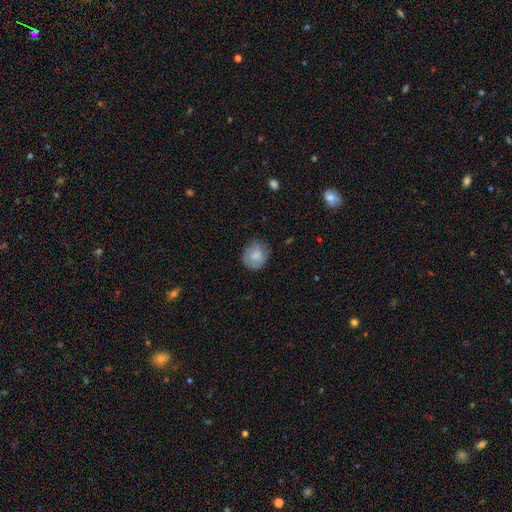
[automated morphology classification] This appears to be a smooth galaxy with no disk features (74%) that is round (80%). Merging: none (69%).